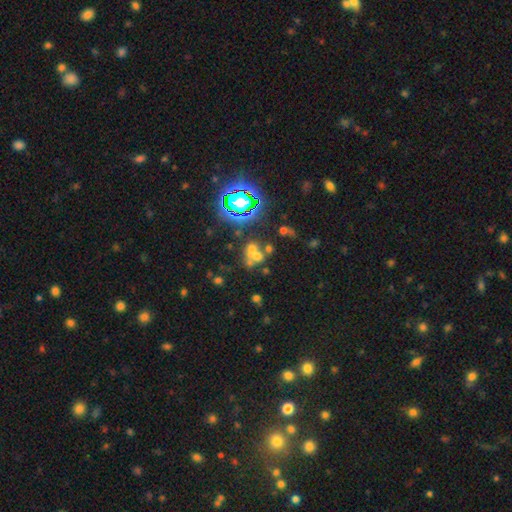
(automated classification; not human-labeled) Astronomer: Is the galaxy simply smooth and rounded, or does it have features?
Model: smooth — 45% (runner-up: star or artifact, 31%).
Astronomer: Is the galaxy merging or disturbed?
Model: merger — 48% (runner-up: none, 36%).